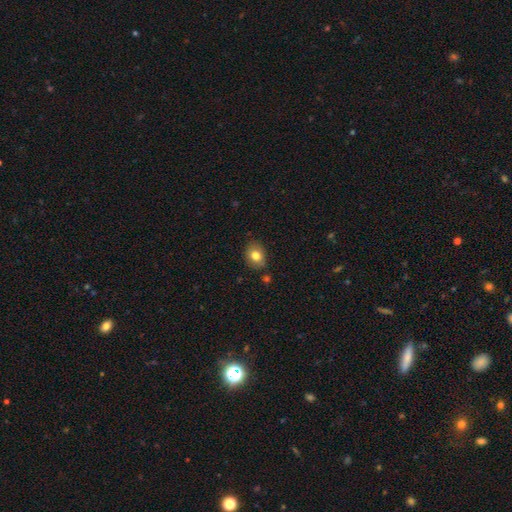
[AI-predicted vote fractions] smooth 80%, featured or disk 11%, star or artifact 10%. Down the decision tree: how rounded — in between (50%); merging — none (79%).